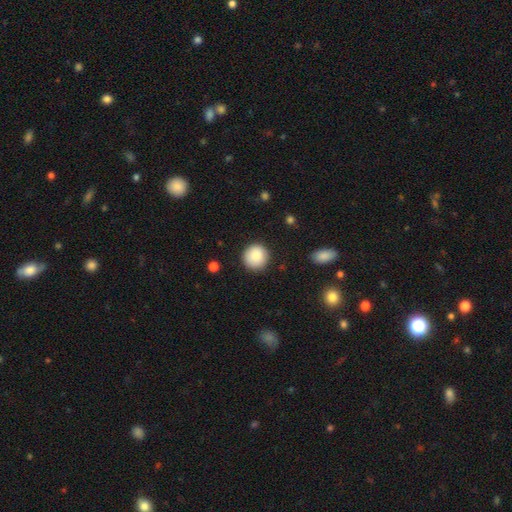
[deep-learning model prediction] smooth-or-featured: smooth: 88% | star or artifact: 8% | featured or disk: 5%
  how-rounded: round: 94% | in between: 5% | cigar-shaped: 1%
  merging: none: 90% | minor disturbance: 7% | major disturbance: 2% | merger: 1%